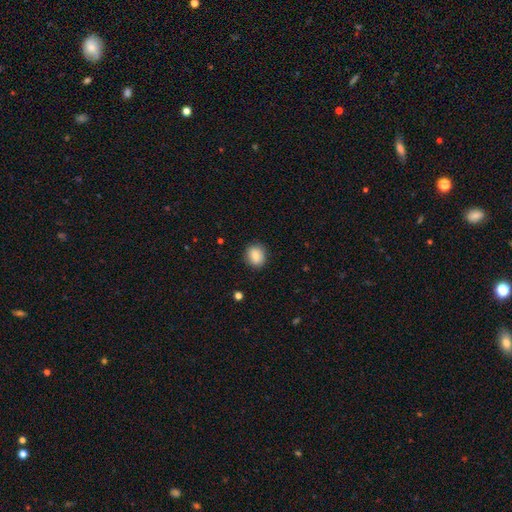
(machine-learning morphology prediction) Smooth or featured? Predicted: smooth (p=0.83). How rounded? Predicted: round (p=0.69). Merging? Predicted: none (p=0.86).